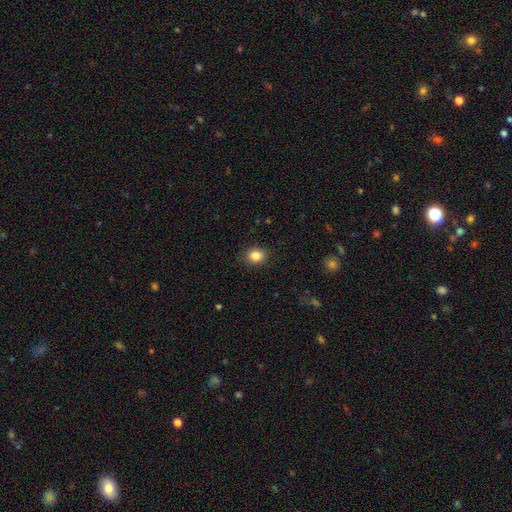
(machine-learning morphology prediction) A smooth galaxy with no disk features (85%) that is round (66%). Merging: none (89%).